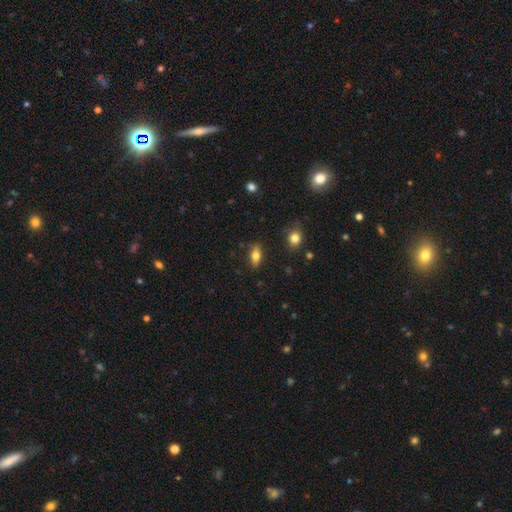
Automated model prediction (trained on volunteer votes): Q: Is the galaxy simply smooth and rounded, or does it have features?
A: smooth — 71%.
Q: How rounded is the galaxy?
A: in between — 81%.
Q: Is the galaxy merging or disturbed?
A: none — 84%.